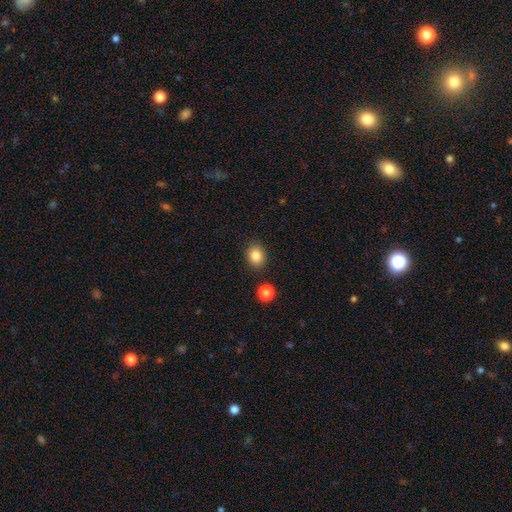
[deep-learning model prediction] This appears to be a smooth galaxy with no disk features (84%) that is round (53%). Merging: none (87%).